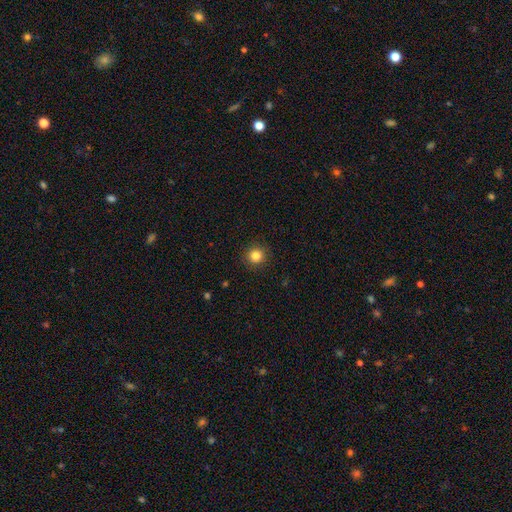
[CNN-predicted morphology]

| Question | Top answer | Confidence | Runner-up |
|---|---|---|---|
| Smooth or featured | smooth | 83% | star or artifact (11%) |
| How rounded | round | 94% | in between (5%) |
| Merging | none | 92% | minor disturbance (5%) |